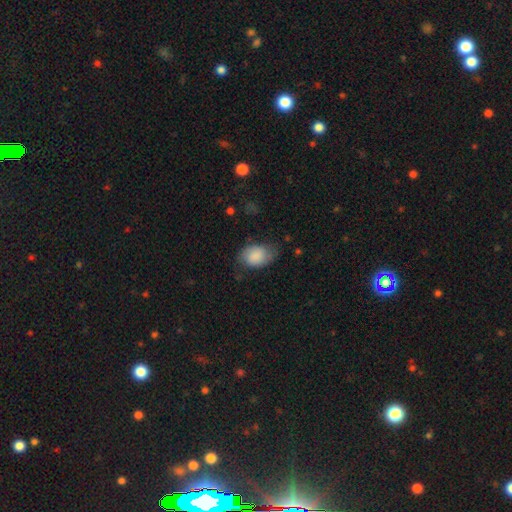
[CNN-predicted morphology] Smooth or featured?
  - smooth: 80% *
  - featured or disk: 13%
  - star or artifact: 7%
How rounded?
  - in between: 82% *
  - round: 16%
  - cigar-shaped: 1%
Merging?
  - none: 56% *
  - minor disturbance: 31%
  - major disturbance: 11%
  - merger: 2%